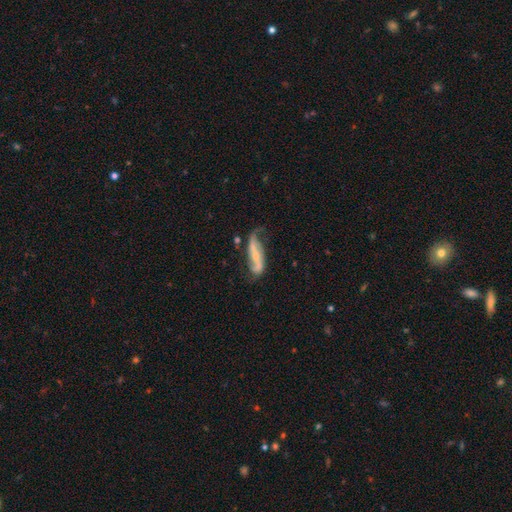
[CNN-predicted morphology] A featured or disk galaxy (75%) with a strong bar (40%), 2 (84%) loose (65%) spiral arms (89%) and a small central bulge (63%).

Vote fractions:
- Smooth or featured? featured or disk: 75% / smooth: 19% / star or artifact: 6%
- Edge-on disk? no: 85% / yes: 15%
- Bar? strong: 40% / no: 33% / weak: 28%
- Spiral arms? yes: 89% / no: 11%
- Spiral winding? loose: 65% / medium: 24% / tight: 11%
- Spiral arm count? 2: 84% / 1: 7% / can't tell: 6% / 3: 1% / 4: 1% / more than 4: 1%
- Bulge size? small: 63% / moderate: 26% / none: 8% / large: 2% / dominant: 1%
- Merging? none: 49% / minor disturbance: 28% / major disturbance: 19% / merger: 4%